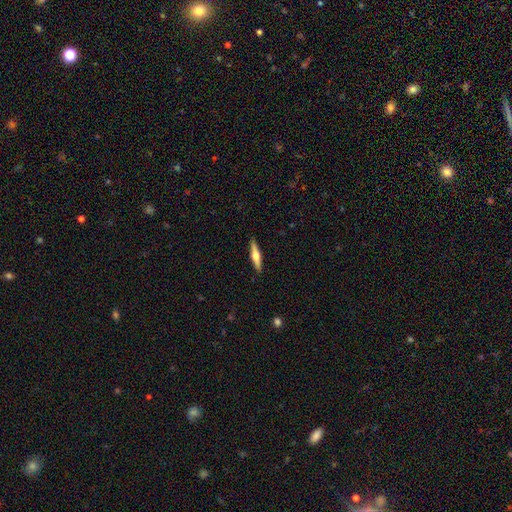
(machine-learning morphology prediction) Smooth or featured? featured or disk (59%)
Edge-on disk? yes (96%)
Edge-on bulge? rounded (93%)
Merging? none (91%)